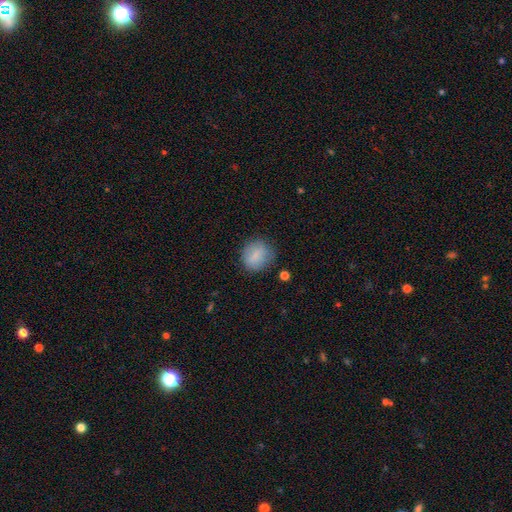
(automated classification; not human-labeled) Smooth or featured? Predicted: smooth (p=0.83). How rounded? Predicted: round (p=0.75). Merging? Predicted: none (p=0.77).